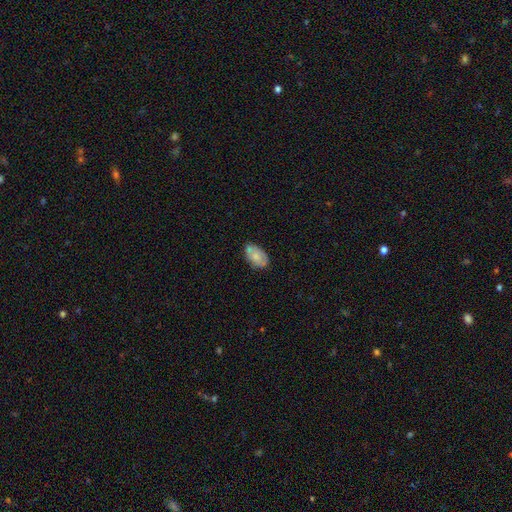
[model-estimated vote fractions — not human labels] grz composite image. It shows a smooth galaxy with no disk features (66%) that is in between round and cigar-shaped (91%). Merging: none (60%).